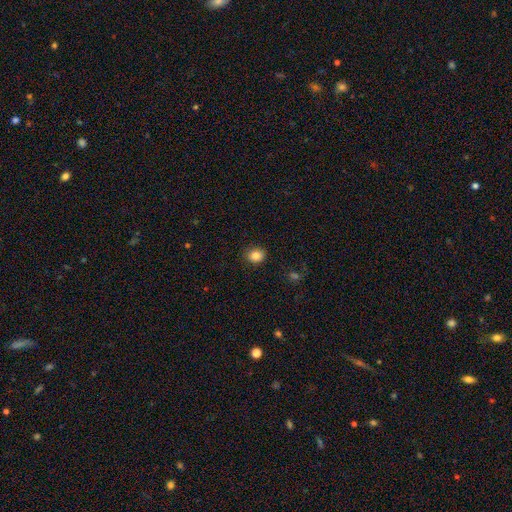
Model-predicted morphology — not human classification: Smooth or featured? Predicted: smooth (p=0.84). How rounded? Predicted: round (p=0.69). Merging? Predicted: none (p=0.88).